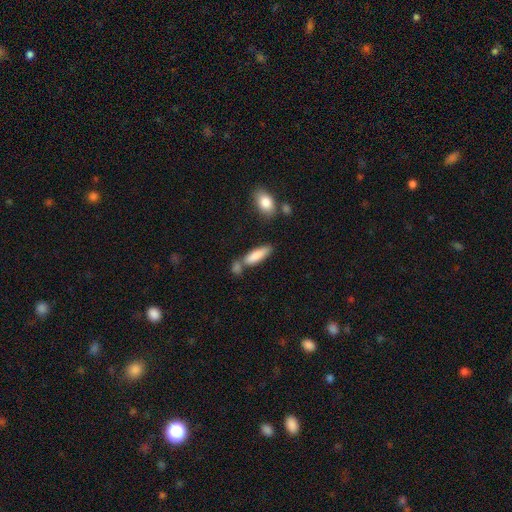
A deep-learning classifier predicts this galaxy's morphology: Smooth or featured: smooth — 84% (featured or disk — 10%)
How rounded: cigar-shaped — 52% (in between — 46%)
Merging: none — 56% (merger — 23%)